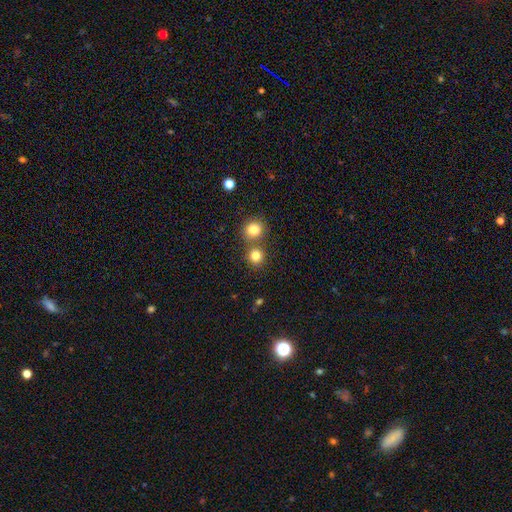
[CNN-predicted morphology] smooth-or-featured: smooth: 82% | star or artifact: 12% | featured or disk: 6%
  how-rounded: round: 88% | in between: 11% | cigar-shaped: 1%
  merging: none: 63% | merger: 28% | minor disturbance: 7% | major disturbance: 3%